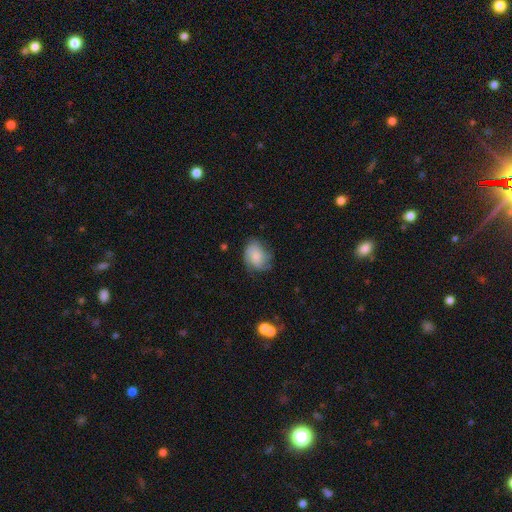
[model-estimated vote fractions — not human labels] Smooth or featured?
  - smooth: 50% *
  - featured or disk: 41%
  - star or artifact: 8%
How rounded?
  - in between: 63% *
  - round: 36%
  - cigar-shaped: 1%
Merging?
  - none: 61% *
  - minor disturbance: 26%
  - major disturbance: 12%
  - merger: 2%